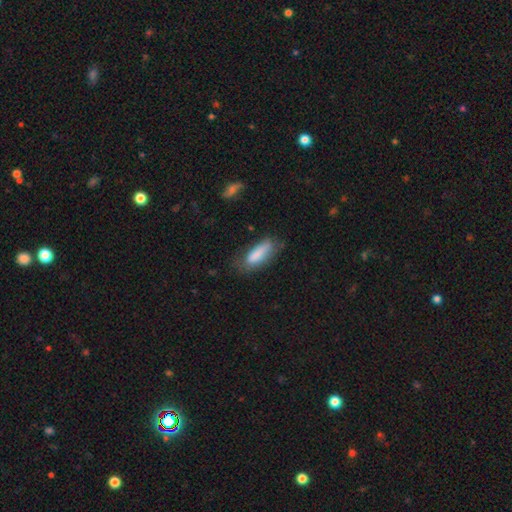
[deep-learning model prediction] A smooth galaxy with no disk features (81%) that is in between round and cigar-shaped (60%). Merging: none (57%).